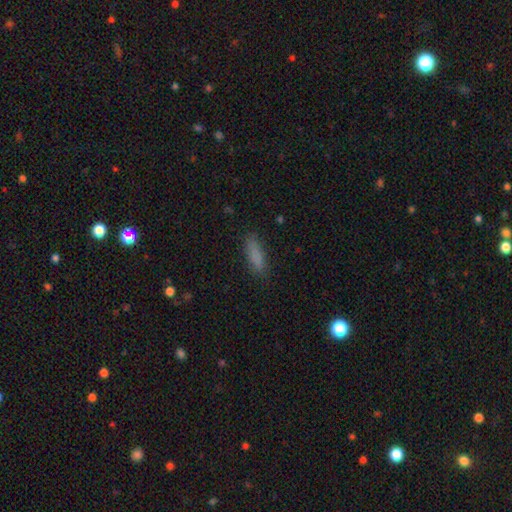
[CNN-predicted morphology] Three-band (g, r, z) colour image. It shows a smooth galaxy with no disk features (85%) that is cigar-shaped (53%). Merging: none (84%).